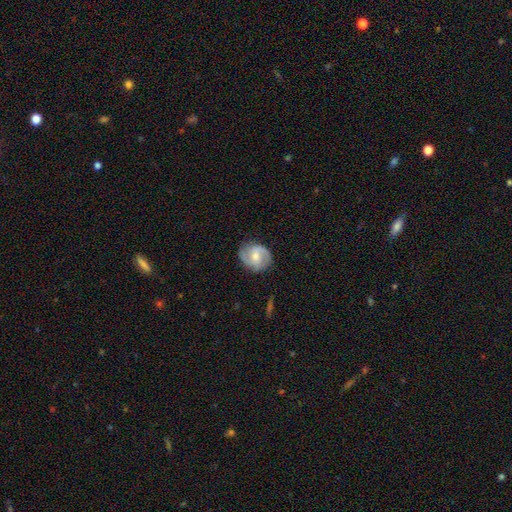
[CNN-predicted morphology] Smooth or featured? Predicted: featured or disk (p=0.71). Edge-on disk? Predicted: no (p=0.98). Bar? Predicted: weak (p=0.50). Spiral arms? Predicted: yes (p=0.93). Spiral winding? Predicted: medium (p=0.49). Spiral arm count? Predicted: 2 (p=0.85). Bulge size? Predicted: moderate (p=0.53). Merging? Predicted: none (p=0.79).